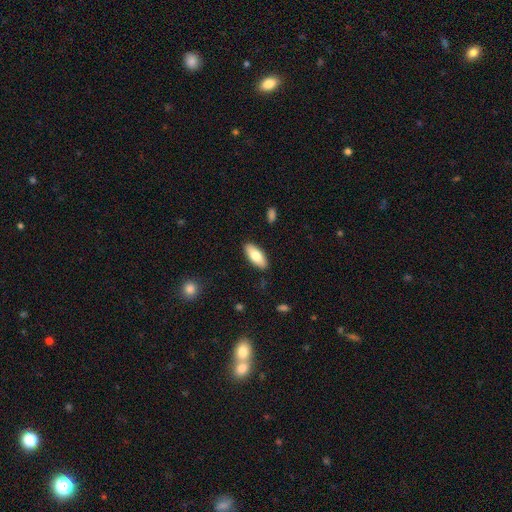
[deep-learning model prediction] A smooth galaxy with no disk features (75%) that is in between round and cigar-shaped (80%).

Vote fractions:
- Smooth or featured? smooth: 75% / featured or disk: 19% / star or artifact: 6%
- How rounded? in between: 80% / cigar-shaped: 18% / round: 2%
- Merging? none: 88% / minor disturbance: 9% / major disturbance: 2% / merger: 1%